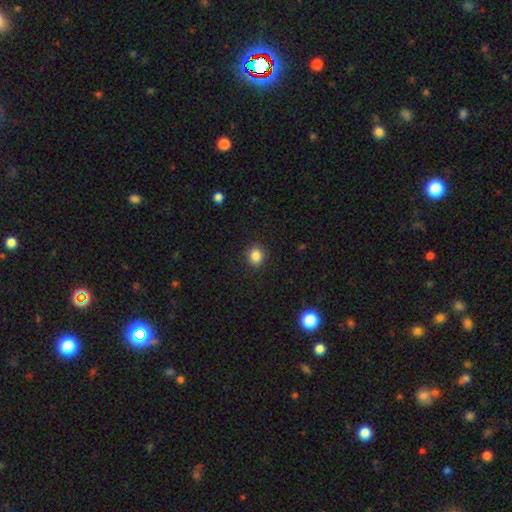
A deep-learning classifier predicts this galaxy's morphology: This is clearly a smooth galaxy (85%). How rounded: clearly round (81%). Merging: clearly none (91%).